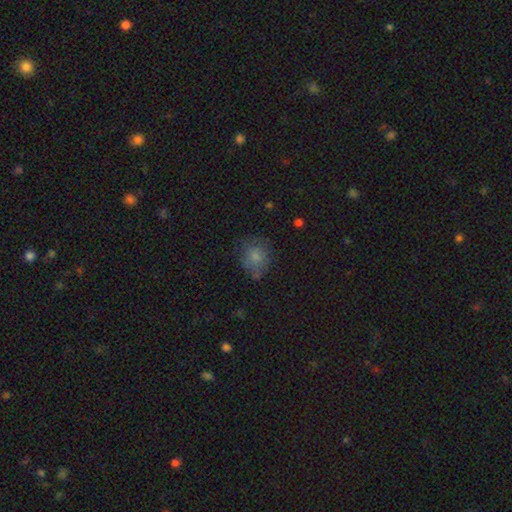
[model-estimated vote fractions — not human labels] smooth-or-featured: smooth: 70% | star or artifact: 16% | featured or disk: 14%
  how-rounded: round: 71% | in between: 28% | cigar-shaped: 1%
  merging: none: 67% | minor disturbance: 22% | major disturbance: 8% | merger: 3%